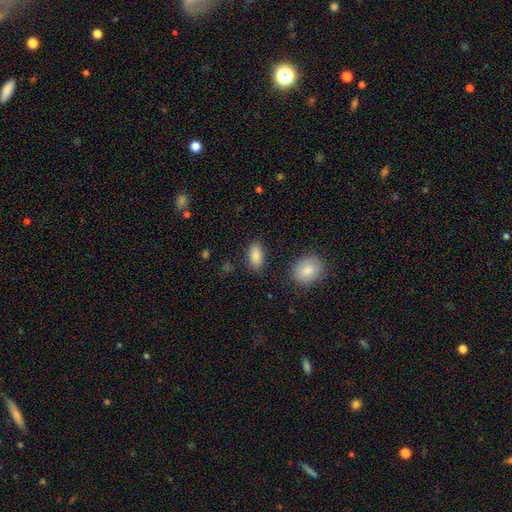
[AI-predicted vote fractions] Q: Smooth or featured?
A: smooth (87%); runner-up: star or artifact (7%)
Q: How rounded?
A: in between (92%); runner-up: cigar-shaped (4%)
Q: Merging?
A: none (85%); runner-up: minor disturbance (10%)